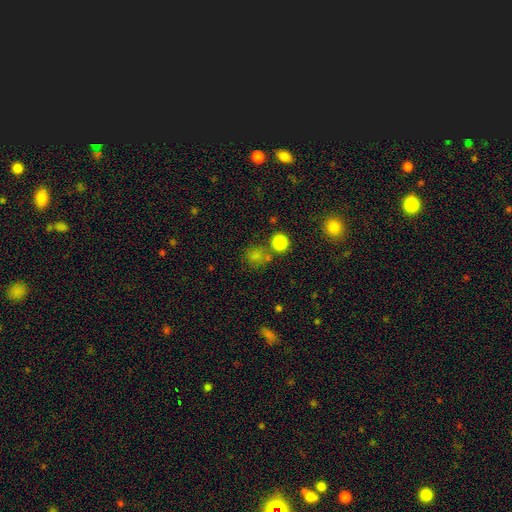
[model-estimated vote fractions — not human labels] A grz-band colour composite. It shows a smooth galaxy with no disk features (75%) that is round (81%). Merging: none (64%).